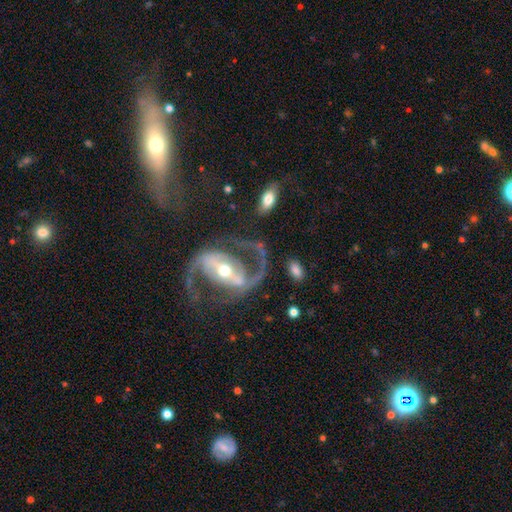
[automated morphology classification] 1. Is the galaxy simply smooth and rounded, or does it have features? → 90% featured or disk, 6% star or artifact, 4% smooth.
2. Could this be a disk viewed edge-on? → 96% no, 4% yes.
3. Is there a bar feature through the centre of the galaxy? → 56% strong, 25% weak, 18% no.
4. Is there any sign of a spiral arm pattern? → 96% yes, 4% no.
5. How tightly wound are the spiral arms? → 52% medium, 33% loose, 15% tight.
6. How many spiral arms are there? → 93% 2, 2% can't tell, 2% 1, 1% 3, 1% 4, 1% more than 4.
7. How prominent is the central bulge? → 53% moderate, 40% small, 4% large, 1% none, 1% dominant.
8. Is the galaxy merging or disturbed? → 64% none, 16% major disturbance, 14% minor disturbance, 6% merger.